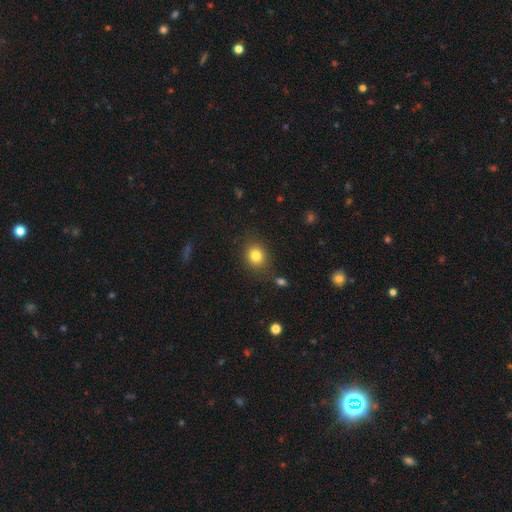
Smooth or featured? smooth (92%)
How rounded? round (54%)
Merging? none (75%)